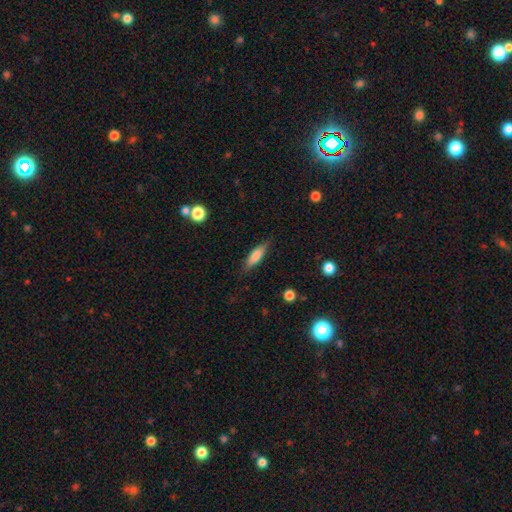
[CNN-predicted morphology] smooth_or_featured: smooth (p=0.71) [alt: featured or disk p=0.23]
how_rounded: cigar-shaped (p=0.59) [alt: in between p=0.39]
merging: none (p=0.82) [alt: minor disturbance p=0.13]